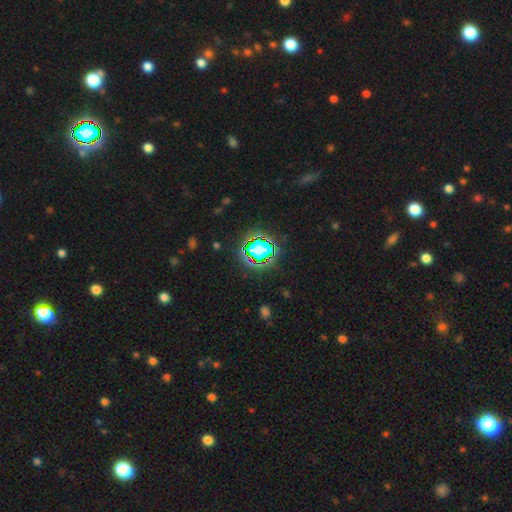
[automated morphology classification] smooth_or_featured: star or artifact (p=0.81) [alt: smooth p=0.12]